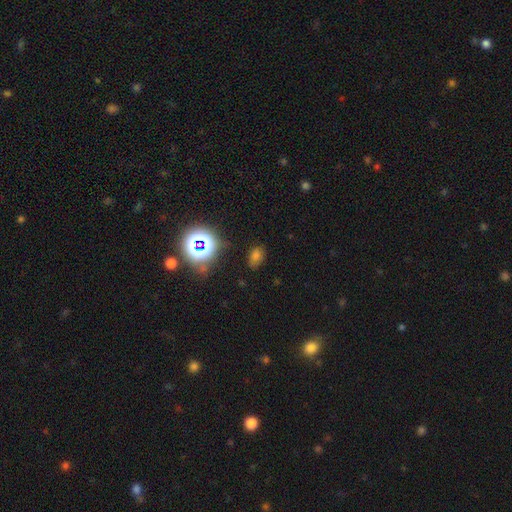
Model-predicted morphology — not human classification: Overall: smooth (60%; star or artifact 31%). How rounded: in between (76%). Merging: none (74%).